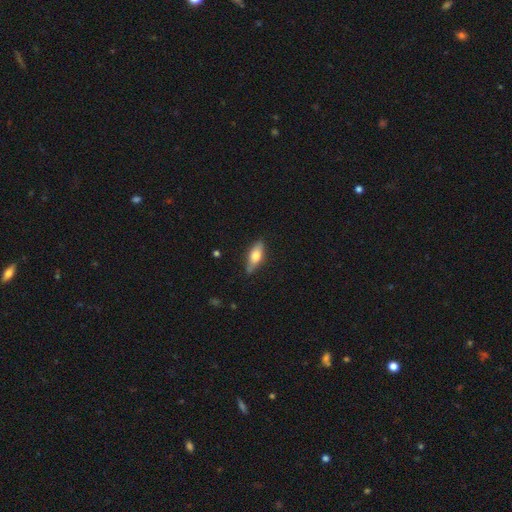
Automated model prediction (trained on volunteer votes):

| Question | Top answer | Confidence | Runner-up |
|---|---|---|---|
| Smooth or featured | smooth | 63% | featured or disk (31%) |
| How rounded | in between | 69% | cigar-shaped (28%) |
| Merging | none | 78% | minor disturbance (18%) |